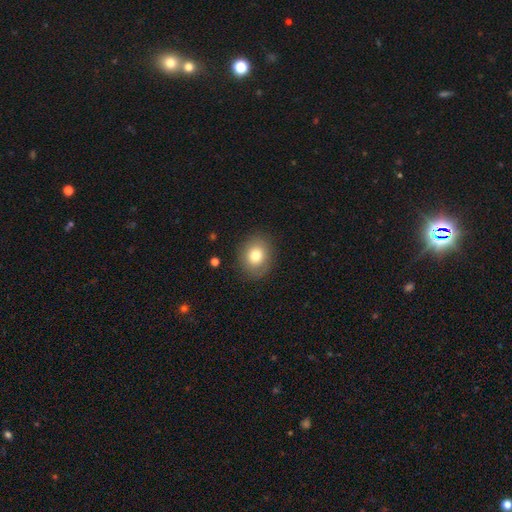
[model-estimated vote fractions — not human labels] Q: Smooth or featured?
A: smooth (78%); runner-up: featured or disk (12%)
Q: How rounded?
A: round (68%); runner-up: in between (31%)
Q: Merging?
A: none (87%); runner-up: minor disturbance (9%)